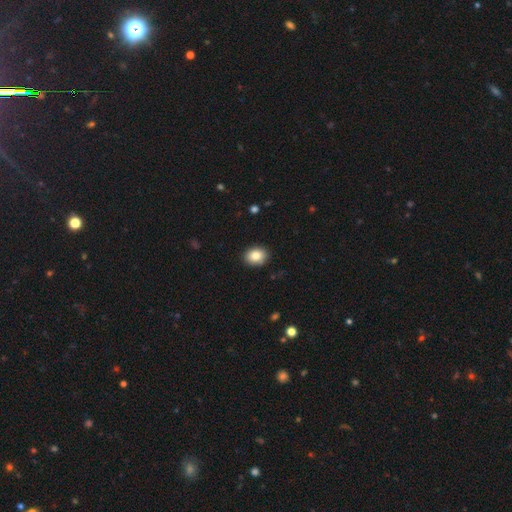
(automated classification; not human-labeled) This is clearly a smooth galaxy (85%). How rounded: possibly in between (60%). Merging: clearly none (89%).